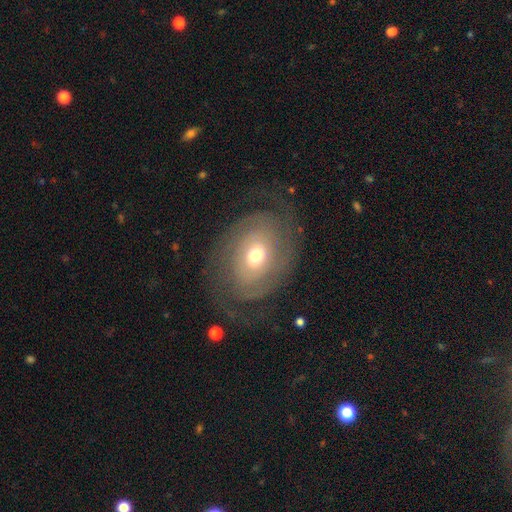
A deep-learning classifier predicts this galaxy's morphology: A featured or disk galaxy (68%) with no bar (78%), 2 (46%) tight (56%) spiral arms (79%) and a moderate central bulge (61%). Merging: none (68%).